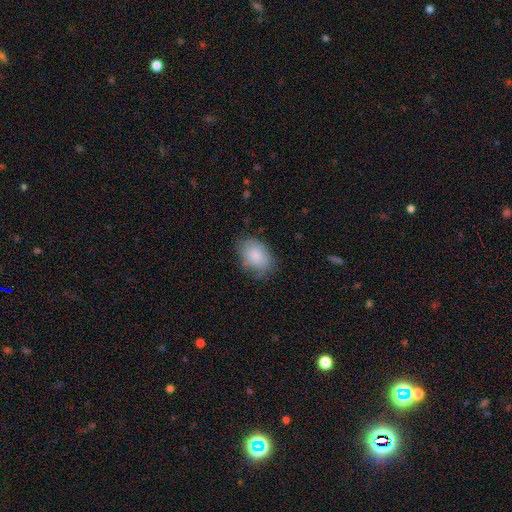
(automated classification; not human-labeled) Overall: smooth (82%). How rounded: in between (79%). Merging: none (68%).